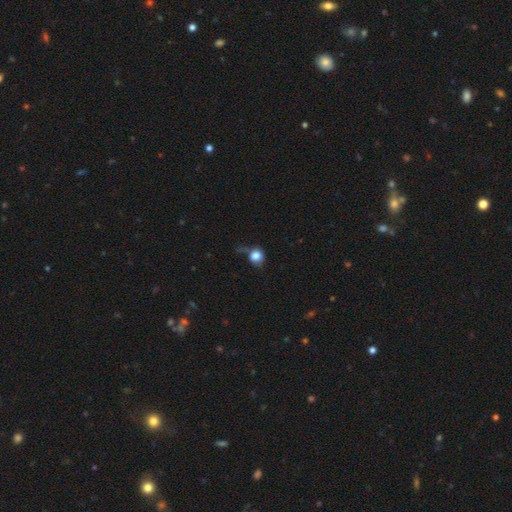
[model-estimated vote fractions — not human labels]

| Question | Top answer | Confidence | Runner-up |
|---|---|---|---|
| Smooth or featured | smooth | 79% | star or artifact (11%) |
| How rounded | round | 79% | in between (20%) |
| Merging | none | 43% | minor disturbance (27%) |